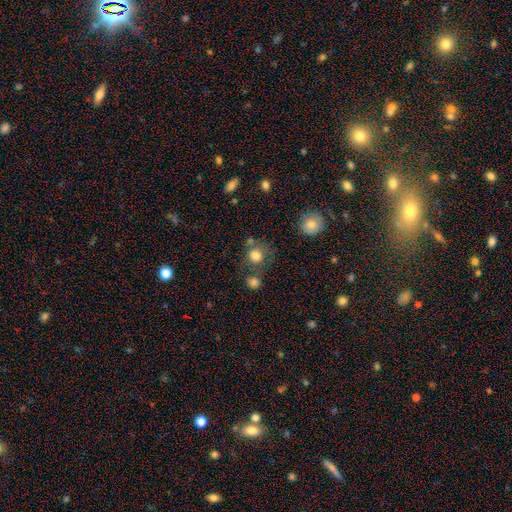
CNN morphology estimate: This is likely a smooth galaxy (79%). How rounded: clearly round (87%). Merging: possibly none (60%).